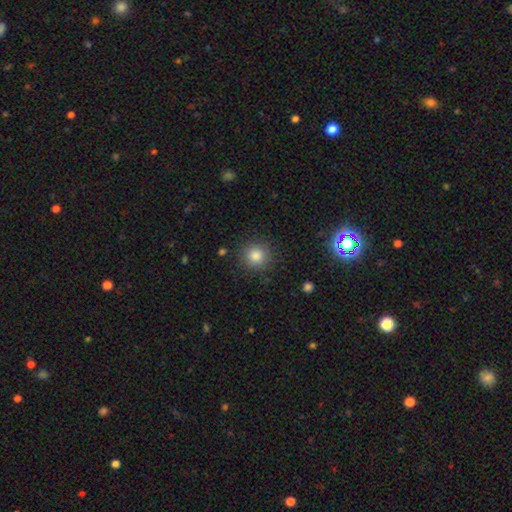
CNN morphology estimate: This appears to be a smooth galaxy with no disk features (84%) that is round (92%). Merging: none (89%).